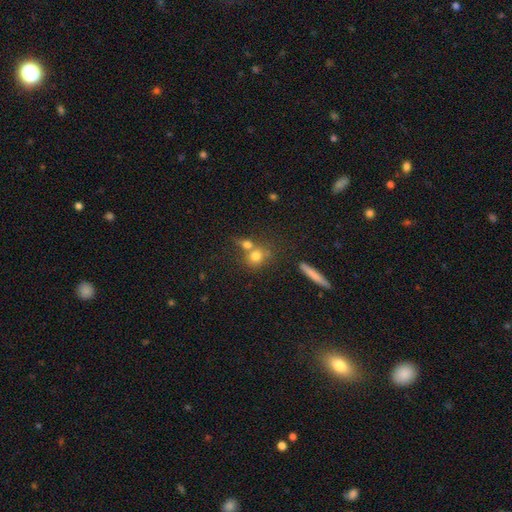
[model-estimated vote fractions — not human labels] Morphology: type=smooth (74%); roundness=round (72%); merging=none (45%).